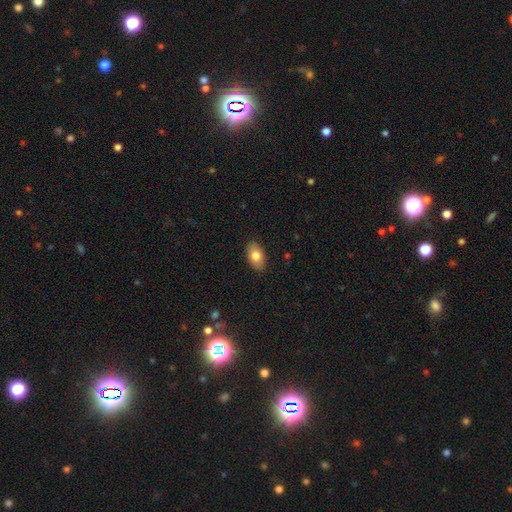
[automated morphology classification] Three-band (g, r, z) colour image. It shows a smooth galaxy with no disk features (80%) that is in between round and cigar-shaped (92%). Merging: none (89%).